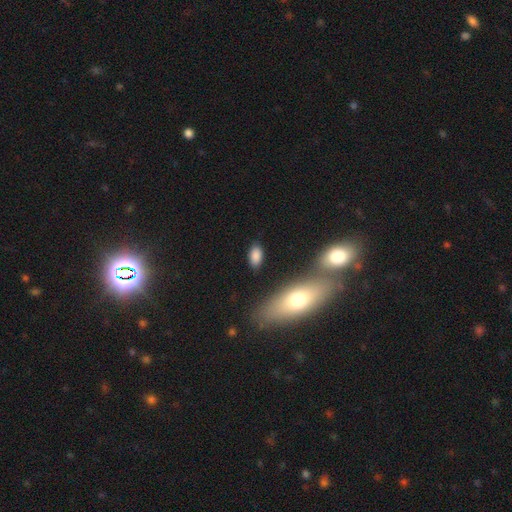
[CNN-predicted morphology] Smooth or featured?
  - smooth: 85% *
  - star or artifact: 8%
  - featured or disk: 7%
How rounded?
  - in between: 89% *
  - cigar-shaped: 5%
  - round: 5%
Merging?
  - none: 82% *
  - minor disturbance: 12%
  - merger: 3%
  - major disturbance: 3%